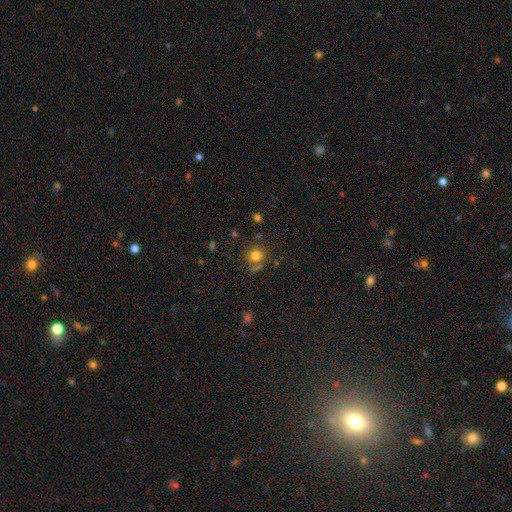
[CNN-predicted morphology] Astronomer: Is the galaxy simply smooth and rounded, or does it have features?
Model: smooth — 79%.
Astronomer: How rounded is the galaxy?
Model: round — 88%.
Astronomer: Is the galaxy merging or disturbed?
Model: none — 71%.